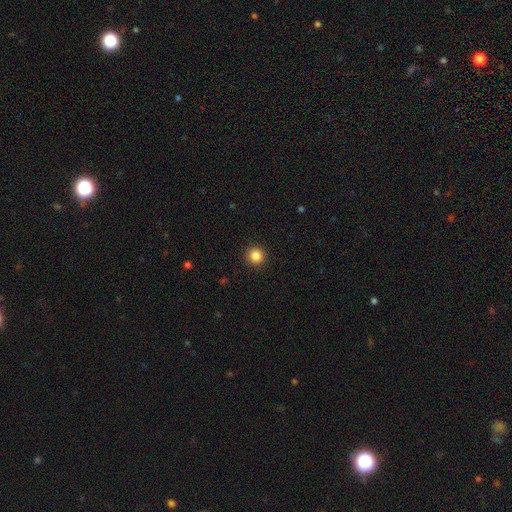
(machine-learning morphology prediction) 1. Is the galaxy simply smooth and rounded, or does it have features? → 85% smooth, 11% star or artifact, 4% featured or disk.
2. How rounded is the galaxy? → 96% round, 3% in between, 1% cigar-shaped.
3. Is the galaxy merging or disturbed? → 93% none, 4% minor disturbance, 2% major disturbance, 1% merger.